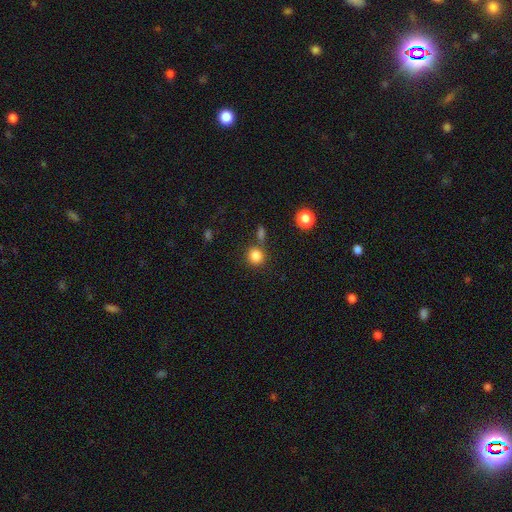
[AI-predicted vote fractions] Overall: smooth (84%). How rounded: round (90%). Merging: none (74%).